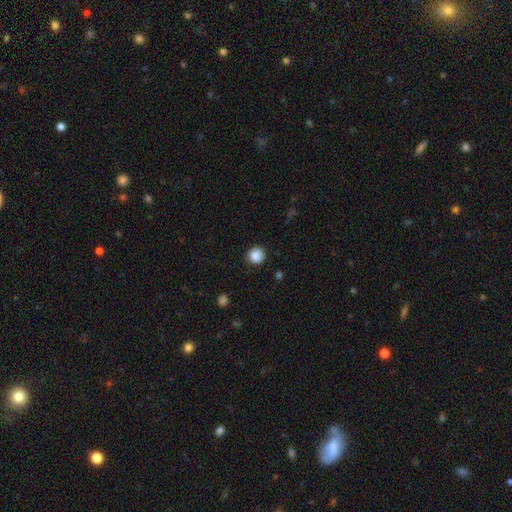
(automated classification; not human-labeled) Smooth or featured? smooth (87%)
How rounded? round (94%)
Merging? none (89%)